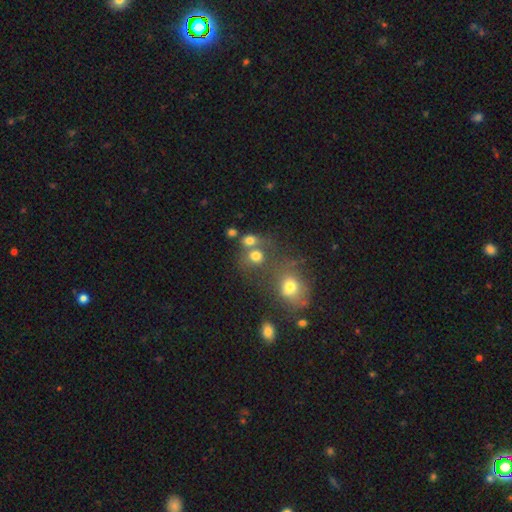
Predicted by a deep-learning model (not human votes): A smooth galaxy with no disk features (73%) that is round (71%).

Vote fractions:
- Smooth or featured? smooth: 73% / star or artifact: 16% / featured or disk: 11%
- How rounded? round: 71% / in between: 28% / cigar-shaped: 1%
- Merging? none: 43% / merger: 40% / minor disturbance: 10% / major disturbance: 7%